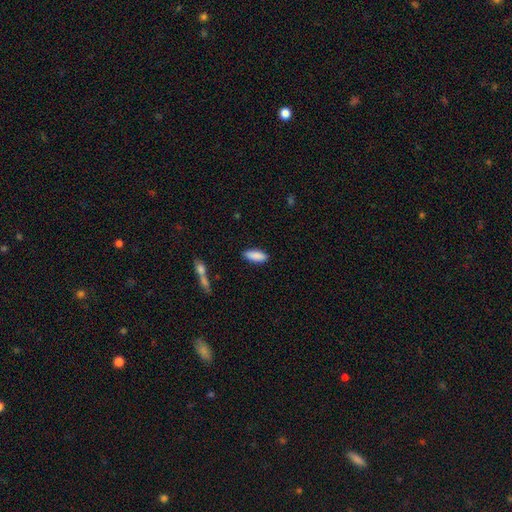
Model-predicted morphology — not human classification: Q: Smooth or featured?
A: smooth (88%); runner-up: star or artifact (6%)
Q: How rounded?
A: in between (70%); runner-up: cigar-shaped (29%)
Q: Merging?
A: none (86%); runner-up: minor disturbance (10%)